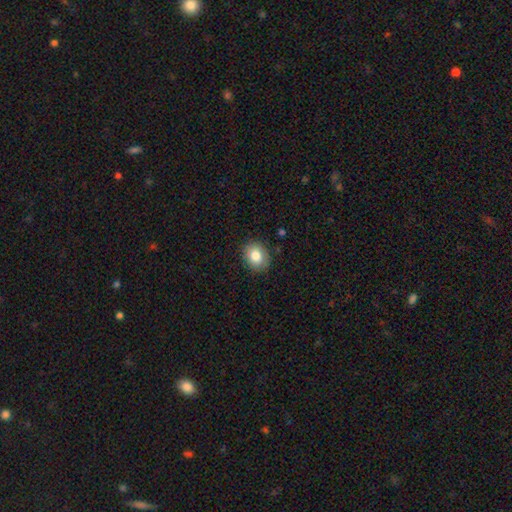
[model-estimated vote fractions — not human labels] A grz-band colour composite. It shows a smooth galaxy with no disk features (83%) that is round (55%). Merging: none (88%).